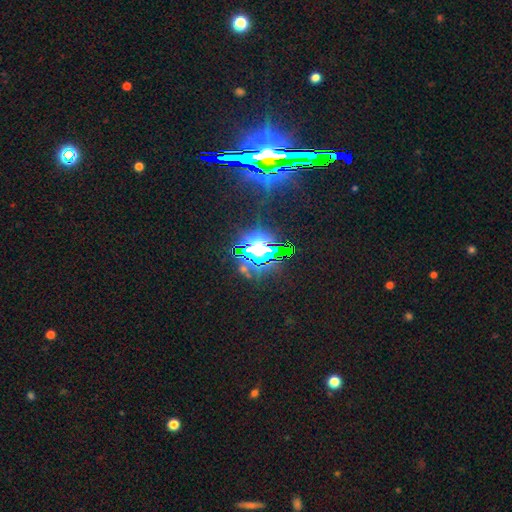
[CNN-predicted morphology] star or artifact 84%, featured or disk 8%, smooth 8%.